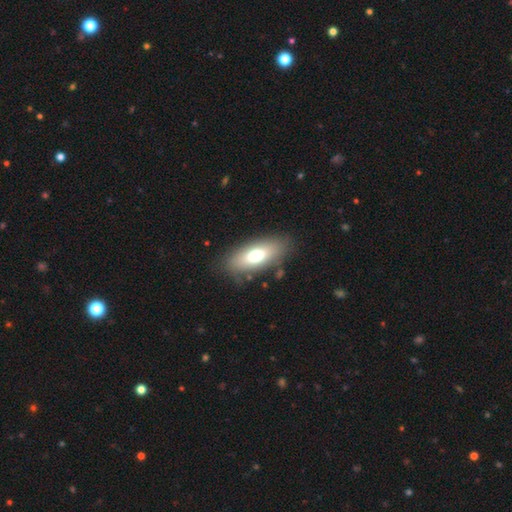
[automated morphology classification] smooth 70%, featured or disk 22%, star or artifact 8%. Down the decision tree: how rounded — in between (81%); merging — none (82%).